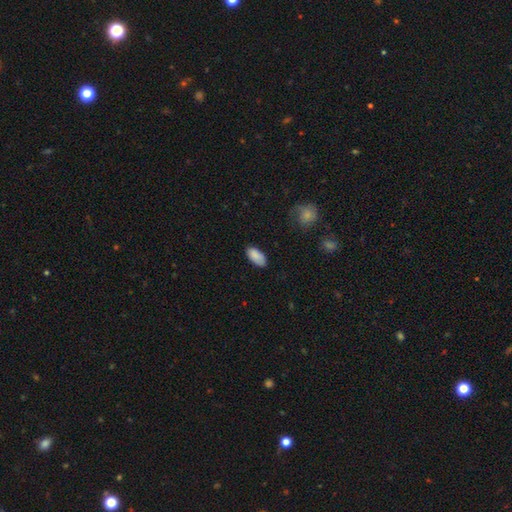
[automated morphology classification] Smooth or featured?
  - smooth: 88% *
  - star or artifact: 7%
  - featured or disk: 6%
How rounded?
  - in between: 94% *
  - cigar-shaped: 4%
  - round: 2%
Merging?
  - none: 80% *
  - minor disturbance: 16%
  - major disturbance: 3%
  - merger: 1%